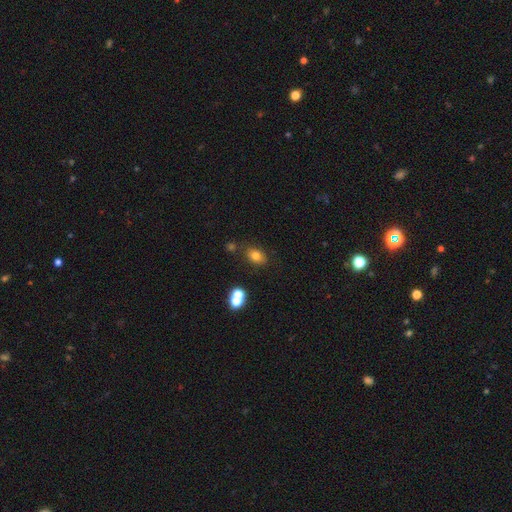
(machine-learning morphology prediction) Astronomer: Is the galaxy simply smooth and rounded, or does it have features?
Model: smooth — 77%.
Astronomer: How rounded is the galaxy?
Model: in between — 72%.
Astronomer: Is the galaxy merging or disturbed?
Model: none — 77%.